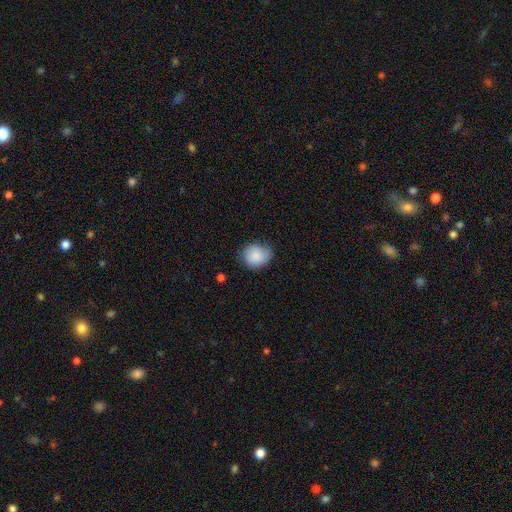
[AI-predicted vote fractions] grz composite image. It shows a smooth galaxy with no disk features (86%) that is round (68%). Merging: none (69%).